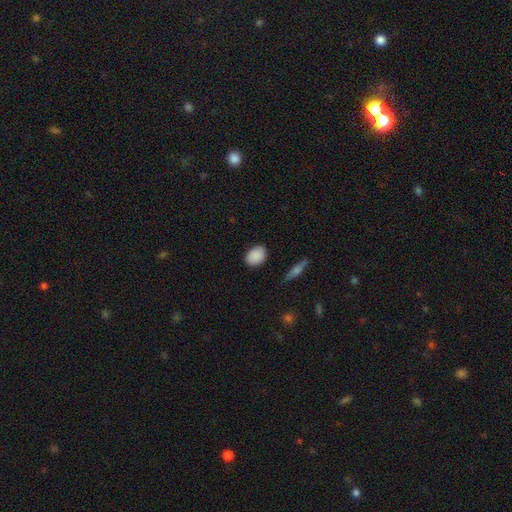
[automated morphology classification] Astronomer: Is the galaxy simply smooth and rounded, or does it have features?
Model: smooth — 89%.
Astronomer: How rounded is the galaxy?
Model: in between — 76%.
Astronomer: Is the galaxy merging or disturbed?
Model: none — 86%.